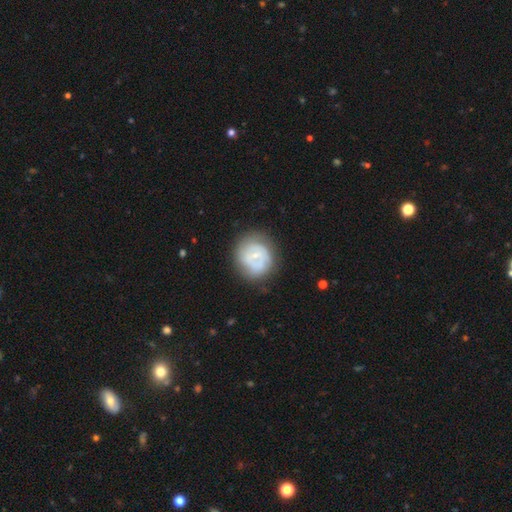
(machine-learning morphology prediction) This appears to be a featured or disk galaxy (52%) with no bar (60%), no spiral arms (51%) and a small central bulge (68%). Merging: none (67%).